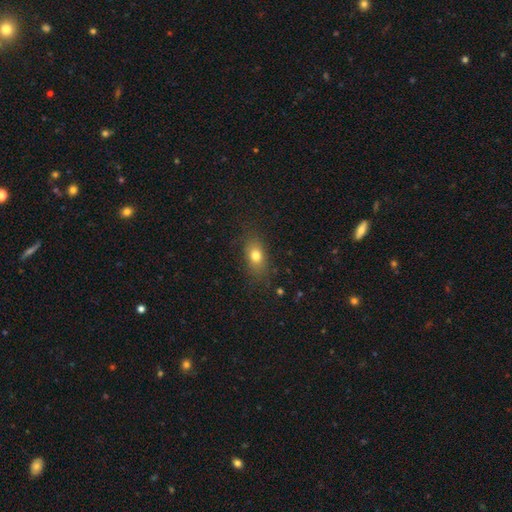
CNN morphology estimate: Q: Smooth or featured?
A: smooth (76%); runner-up: star or artifact (12%)
Q: How rounded?
A: in between (72%); runner-up: round (23%)
Q: Merging?
A: none (79%); runner-up: minor disturbance (15%)